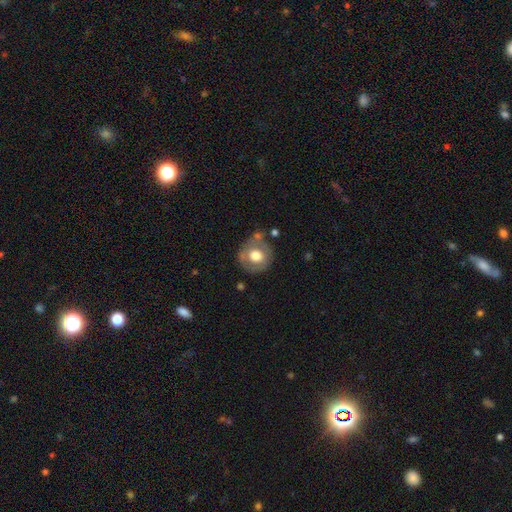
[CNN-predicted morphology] This is likely a smooth galaxy (62%). How rounded: clearly round (88%). Merging: likely none (70%).